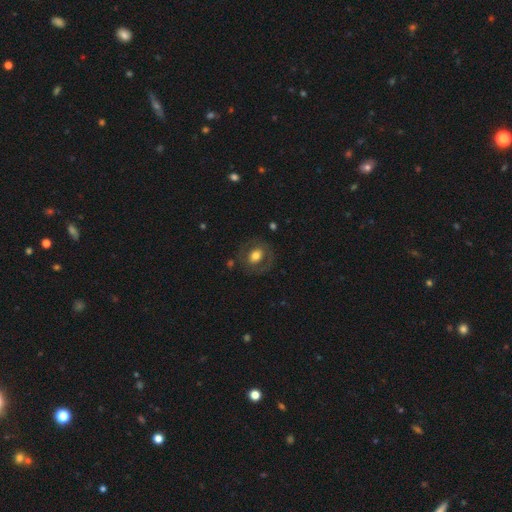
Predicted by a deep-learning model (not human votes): The model was most divided on "smooth or featured": smooth: 56%, featured or disk: 36%, star or artifact: 8%. More confident: merging — none (78%); how rounded — round (60%).